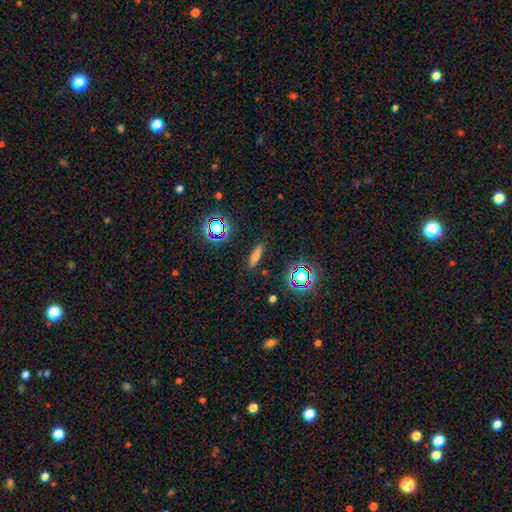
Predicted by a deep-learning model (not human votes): Smooth or featured: smooth — 70% (star or artifact — 17%)
How rounded: cigar-shaped — 63% (in between — 33%)
Merging: none — 87% (minor disturbance — 9%)